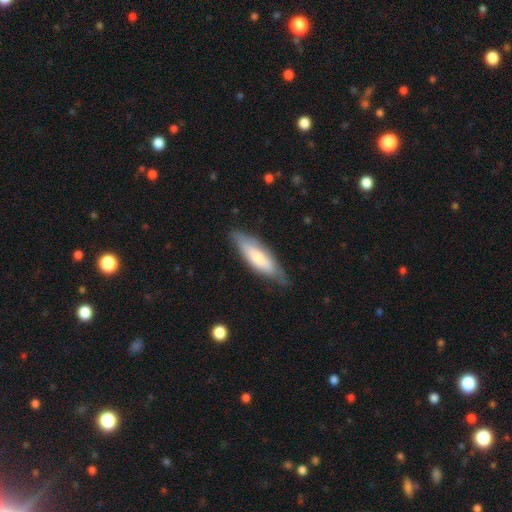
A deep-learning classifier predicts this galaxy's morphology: smooth_or_featured: smooth (p=0.60) [alt: featured or disk p=0.34]
how_rounded: cigar-shaped (p=0.53) [alt: in between p=0.45]
merging: none (p=0.74) [alt: minor disturbance p=0.20]